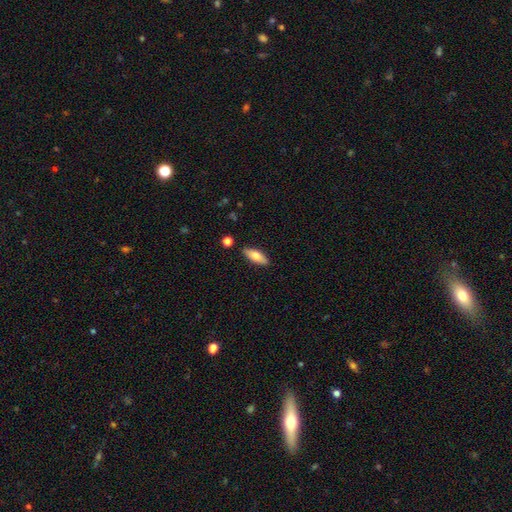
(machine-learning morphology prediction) A smooth galaxy with no disk features (69%) that is in between round and cigar-shaped (67%).

Vote fractions:
- Smooth or featured? smooth: 69% / featured or disk: 25% / star or artifact: 7%
- How rounded? in between: 67% / cigar-shaped: 30% / round: 3%
- Merging? none: 86% / minor disturbance: 10% / merger: 3% / major disturbance: 2%